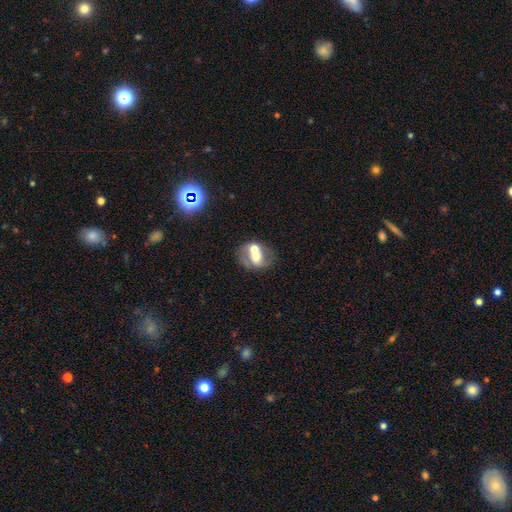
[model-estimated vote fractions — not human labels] Smooth or featured? Predicted: featured or disk (p=0.48). Merging? Predicted: merger (p=0.49).